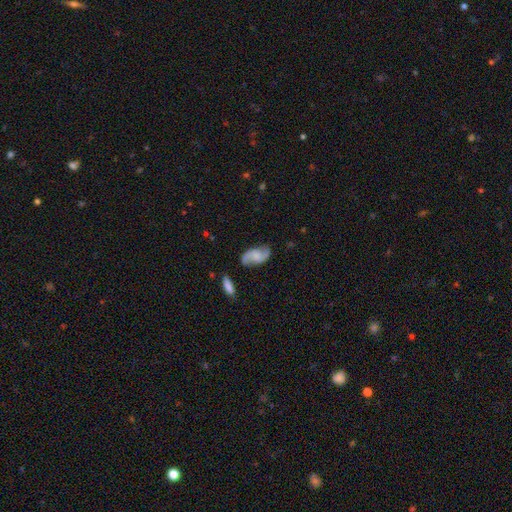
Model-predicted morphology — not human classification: Smooth or featured: featured or disk — 74% (smooth — 19%)
Edge-on disk: no — 96% (yes — 4%)
Bar: no — 56% (weak — 36%)
Spiral arms: yes — 95% (no — 5%)
Spiral winding: loose — 61% (medium — 30%)
Spiral arm count: 2 — 92% (can't tell — 3%)
Bulge size: none — 47% (small — 25%)
Merging: none — 75% (minor disturbance — 17%)